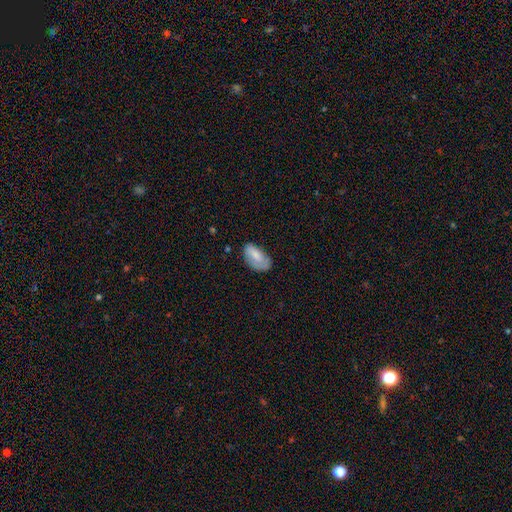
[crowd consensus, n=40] Overall: smooth (72%). How rounded: in between (86%). Merging: none (43%; minor disturbance 38%).